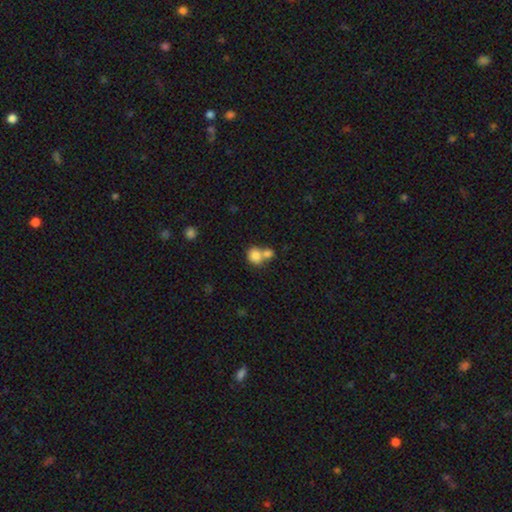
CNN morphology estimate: Smooth or featured: smooth — 82% (star or artifact — 9%)
How rounded: round — 74% (in between — 25%)
Merging: merger — 55% (none — 34%)